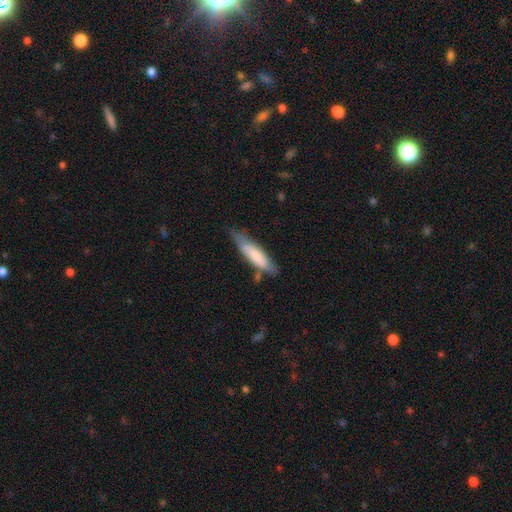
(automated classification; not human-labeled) This appears to be a smooth galaxy with no disk features (65%) that is cigar-shaped (68%). Merging: none (61%).